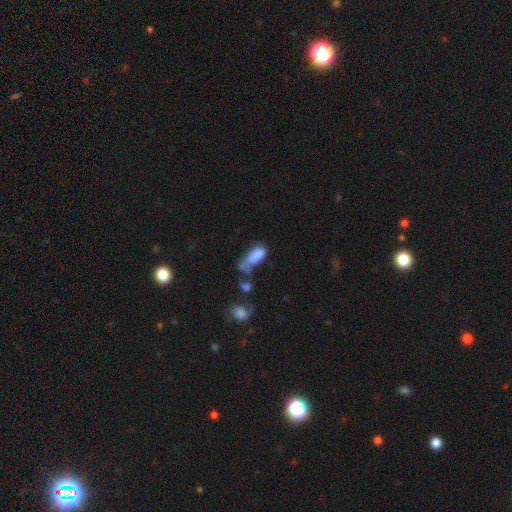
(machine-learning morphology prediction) This is likely a smooth galaxy (77%). How rounded: clearly in between (85%). Merging: marginally merger (28%).